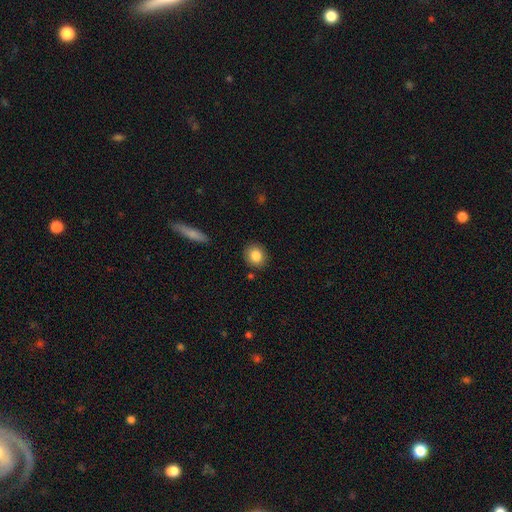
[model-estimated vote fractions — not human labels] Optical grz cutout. It shows a smooth galaxy with no disk features (84%) that is round (77%). Merging: none (87%).